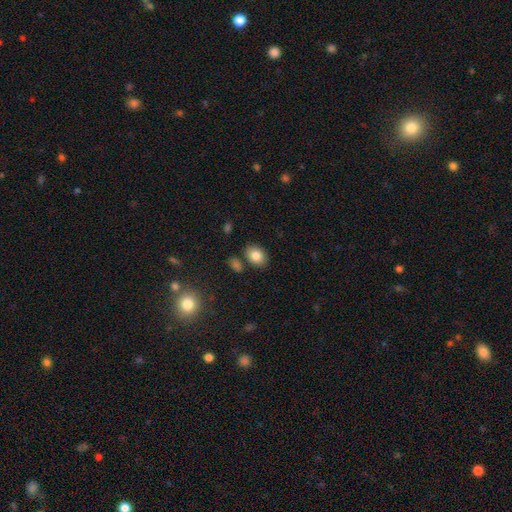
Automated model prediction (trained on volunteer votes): Q: Smooth or featured?
A: smooth (83%); runner-up: star or artifact (9%)
Q: How rounded?
A: in between (74%); runner-up: round (25%)
Q: Merging?
A: none (81%); runner-up: minor disturbance (10%)